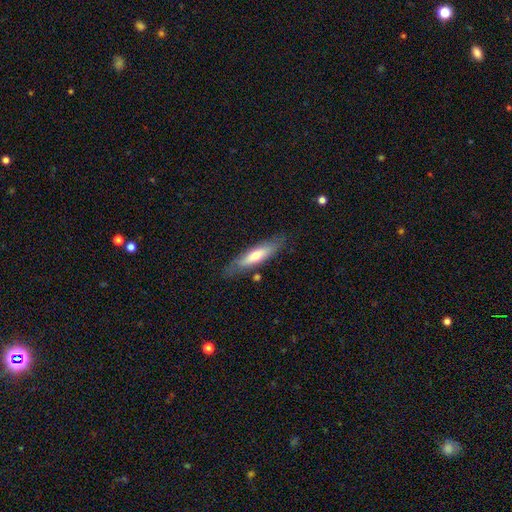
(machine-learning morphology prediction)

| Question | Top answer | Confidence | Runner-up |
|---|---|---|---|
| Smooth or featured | smooth | 59% | featured or disk (35%) |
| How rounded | cigar-shaped | 69% | in between (29%) |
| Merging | none | 80% | minor disturbance (14%) |